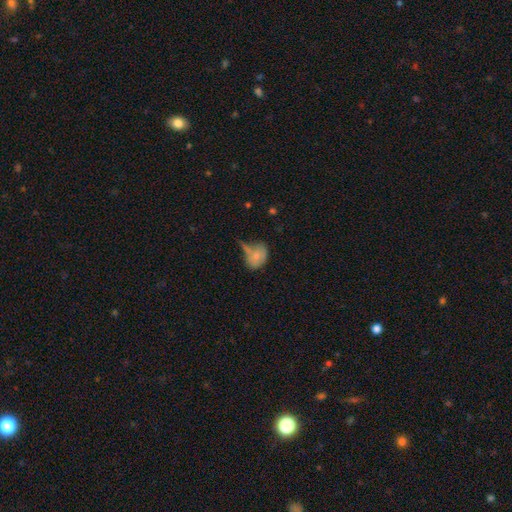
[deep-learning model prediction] smooth_or_featured: smooth (p=0.71) [alt: featured or disk p=0.21]
how_rounded: in between (p=0.62) [alt: round p=0.36]
merging: none (p=0.34) [alt: minor disturbance p=0.27]